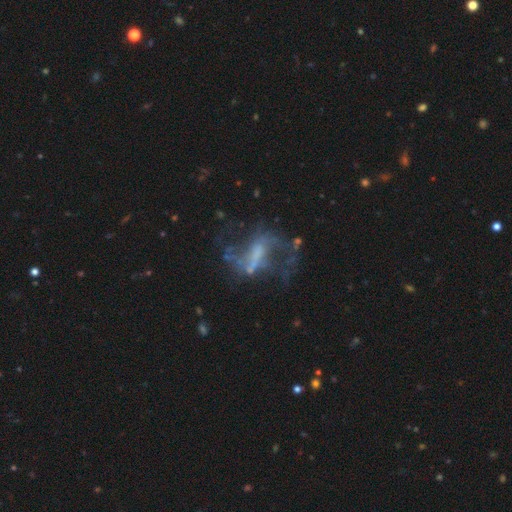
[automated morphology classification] featured or disk 77%, star or artifact 12%, smooth 11%. Down the decision tree: edge-on disk — no (95%); bar — weak (38%); spiral arms — yes (73%); spiral arm count — 2 (78%); spiral winding — loose (72%); bulge size — none (48%); merging — none (45%).